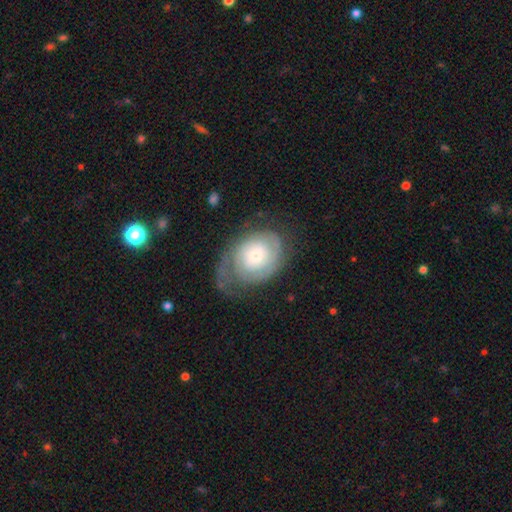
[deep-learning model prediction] Smooth or featured?
  - featured or disk: 69% *
  - smooth: 25%
  - star or artifact: 6%
Edge-on disk?
  - no: 96% *
  - yes: 4%
Bar?
  - no: 79% *
  - weak: 18%
  - strong: 4%
Spiral arms?
  - yes: 83% *
  - no: 17%
Spiral winding?
  - tight: 61% *
  - medium: 27%
  - loose: 12%
Spiral arm count?
  - 2: 42% *
  - can't tell: 33%
  - 1: 12%
  - 3: 7%
  - 4: 3%
  - more than 4: 3%
Bulge size?
  - small: 59% *
  - moderate: 30%
  - large: 7%
  - dominant: 3%
  - none: 2%
Merging?
  - none: 49% *
  - minor disturbance: 25%
  - major disturbance: 25%
  - merger: 2%